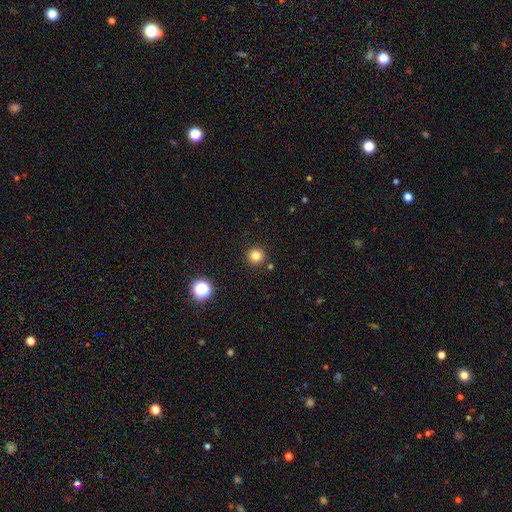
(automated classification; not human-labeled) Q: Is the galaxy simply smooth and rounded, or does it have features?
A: smooth — 80%.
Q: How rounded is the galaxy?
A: round — 95%.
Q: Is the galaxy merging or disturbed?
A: none — 88%.